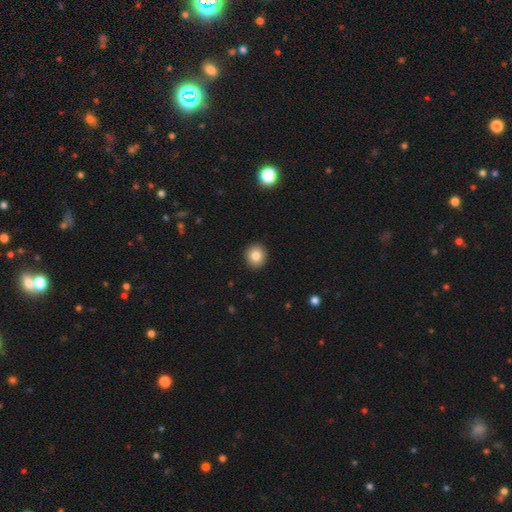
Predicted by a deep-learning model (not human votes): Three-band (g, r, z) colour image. It shows a smooth galaxy with no disk features (84%) that is round (85%). Merging: none (92%).